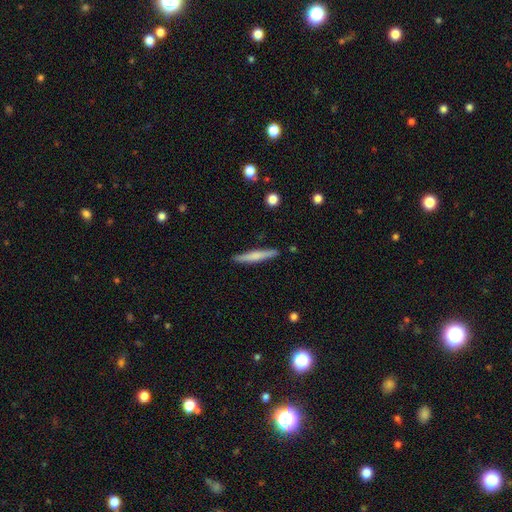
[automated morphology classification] Smooth or featured: smooth — 58% (featured or disk — 37%)
How rounded: cigar-shaped — 95% (in between — 4%)
Merging: none — 89% (minor disturbance — 8%)